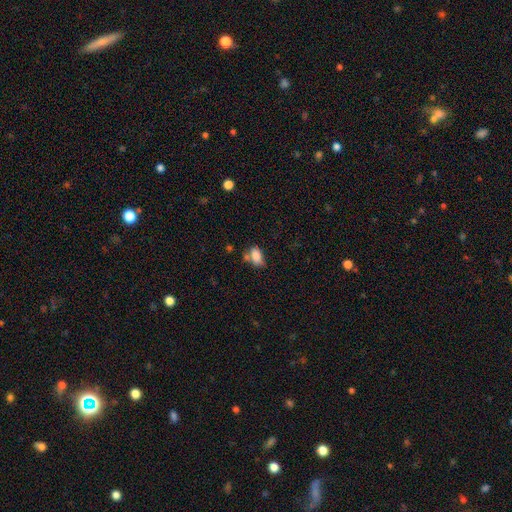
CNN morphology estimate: smooth-or-featured: smooth: 82% | star or artifact: 9% | featured or disk: 8%
  how-rounded: in between: 88% | round: 9% | cigar-shaped: 3%
  merging: none: 49% | merger: 22% | minor disturbance: 22% | major disturbance: 7%